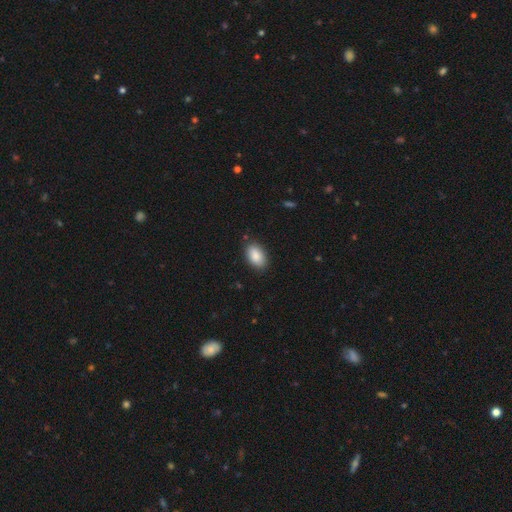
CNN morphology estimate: Smooth or featured: smooth — 89% (star or artifact — 7%)
How rounded: in between — 93% (round — 6%)
Merging: none — 86% (minor disturbance — 10%)